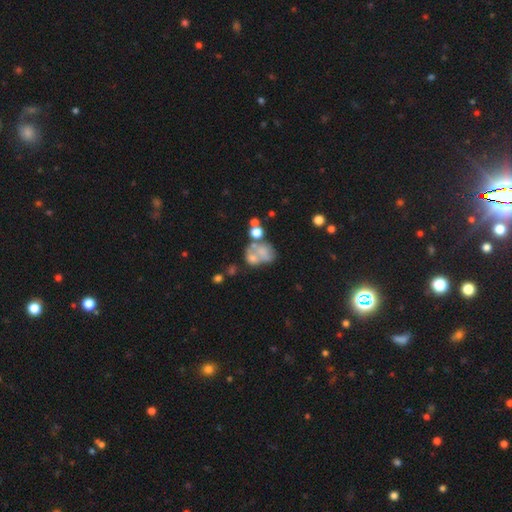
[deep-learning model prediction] Smooth or featured? smooth (46%)
Merging? merger (42%)